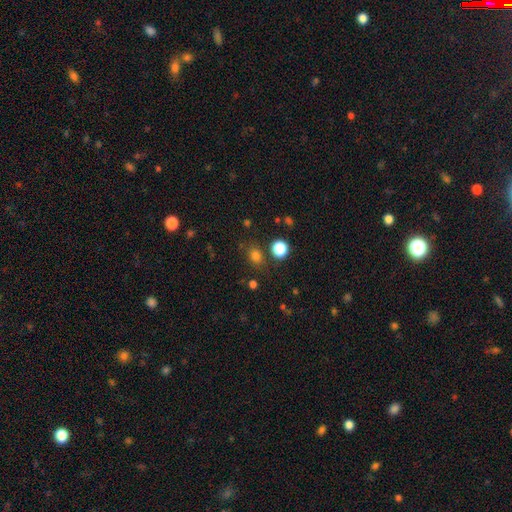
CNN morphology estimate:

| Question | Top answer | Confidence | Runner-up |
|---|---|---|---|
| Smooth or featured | smooth | 77% | star or artifact (18%) |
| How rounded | round | 58% | in between (41%) |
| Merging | none | 79% | minor disturbance (11%) |